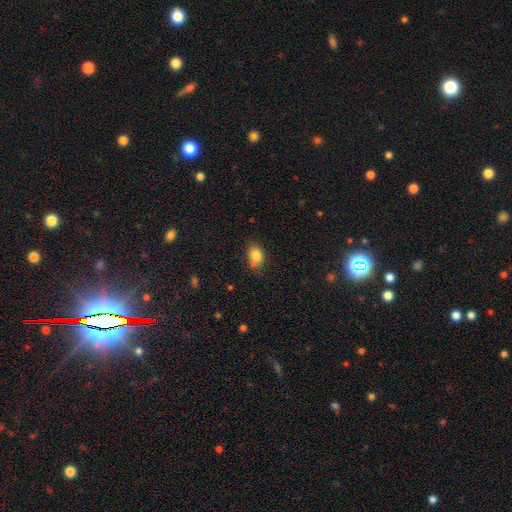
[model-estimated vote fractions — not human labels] Morphology: type=smooth (83%); roundness=in between (70%); merging=none (64%).